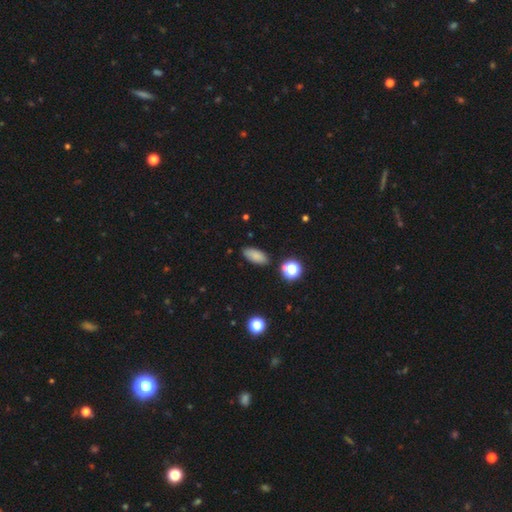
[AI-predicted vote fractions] This is clearly a smooth galaxy (83%). How rounded: clearly in between (85%). Merging: clearly none (85%).